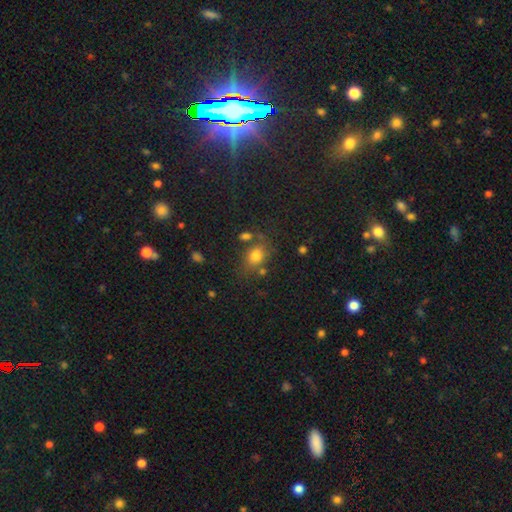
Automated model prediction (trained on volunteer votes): smooth-or-featured: smooth: 75% | star or artifact: 15% | featured or disk: 10%
  how-rounded: in between: 59% | round: 39% | cigar-shaped: 2%
  merging: none: 63% | minor disturbance: 17% | merger: 14% | major disturbance: 7%